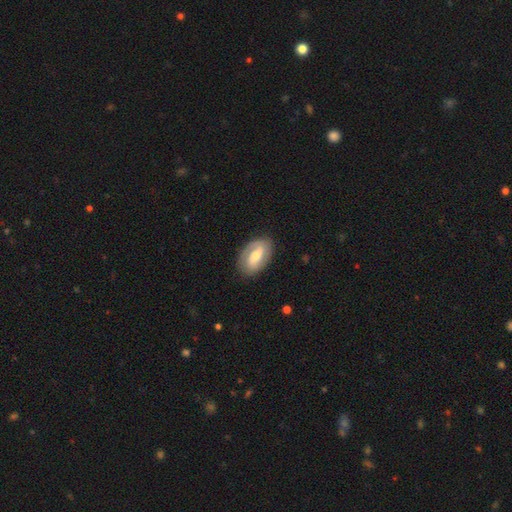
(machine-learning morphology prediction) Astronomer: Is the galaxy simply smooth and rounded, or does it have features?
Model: featured or disk — 62%.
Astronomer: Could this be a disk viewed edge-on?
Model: no — 94%.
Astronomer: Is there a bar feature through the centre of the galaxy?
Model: weak — 43% (runner-up: strong, 34%).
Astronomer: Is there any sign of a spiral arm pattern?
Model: yes — 75%.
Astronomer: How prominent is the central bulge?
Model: moderate — 62%.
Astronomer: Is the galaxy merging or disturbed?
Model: none — 82%.